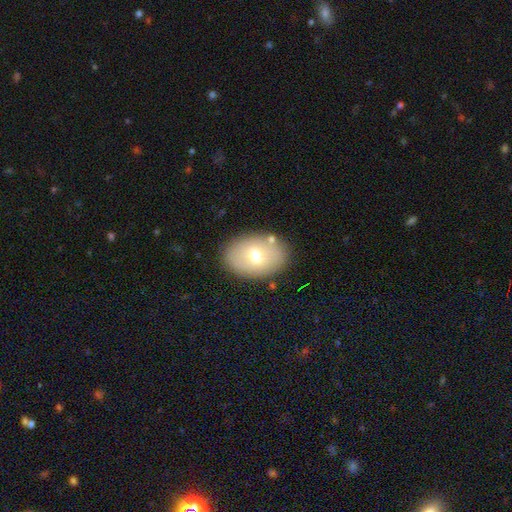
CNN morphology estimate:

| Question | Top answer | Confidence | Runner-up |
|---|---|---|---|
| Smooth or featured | smooth | 66% | featured or disk (26%) |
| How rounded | in between | 84% | round (14%) |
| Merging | none | 84% | minor disturbance (10%) |